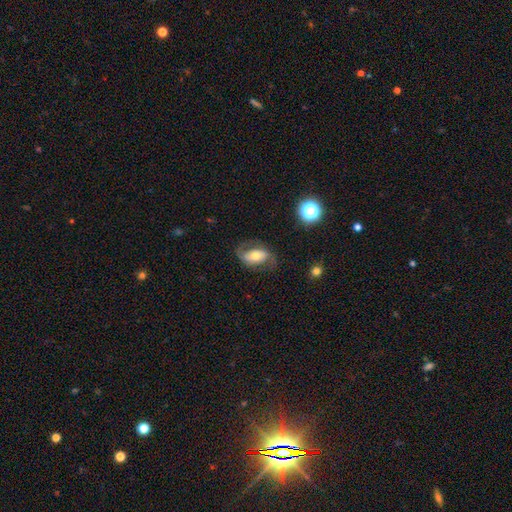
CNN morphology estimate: featured or disk 59%, smooth 33%, star or artifact 8%. Down the decision tree: edge-on disk — no (94%); bar — no (41%); spiral arms — yes (78%); bulge size — moderate (60%); merging — none (65%).